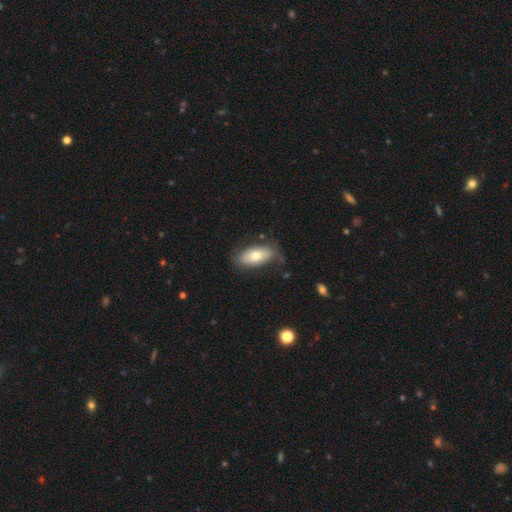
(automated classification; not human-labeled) Overall: smooth (69%). How rounded: in between (91%). Merging: none (73%).